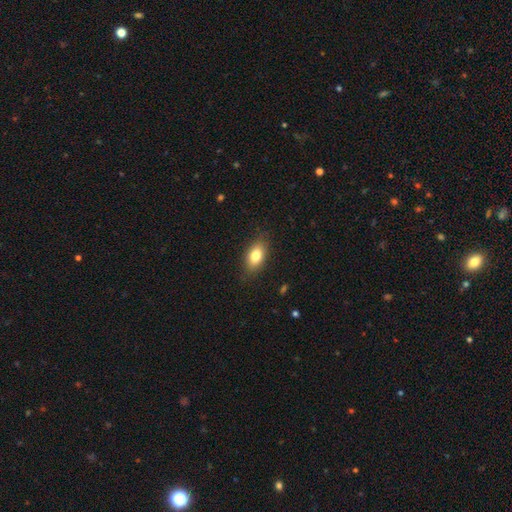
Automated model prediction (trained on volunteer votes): Smooth or featured? Predicted: smooth (p=0.79). How rounded? Predicted: in between (p=0.87). Merging? Predicted: none (p=0.85).